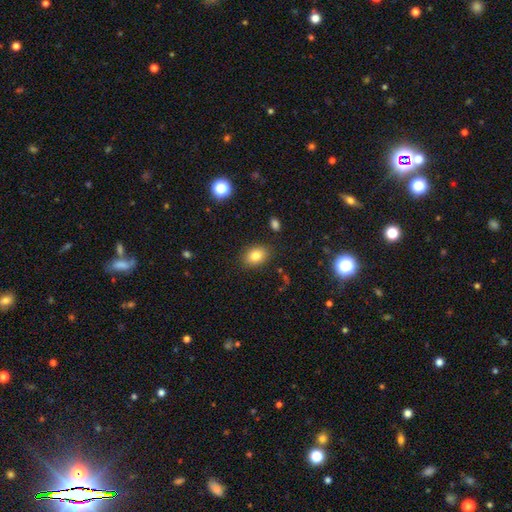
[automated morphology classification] smooth-or-featured: smooth: 82% | star or artifact: 10% | featured or disk: 8%
  how-rounded: in between: 70% | round: 29% | cigar-shaped: 1%
  merging: none: 86% | minor disturbance: 10% | major disturbance: 3% | merger: 2%